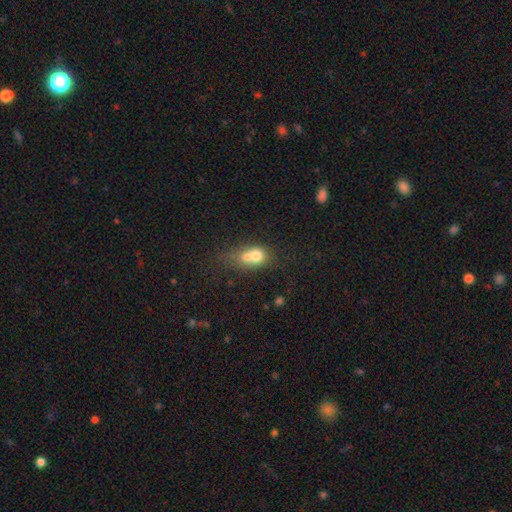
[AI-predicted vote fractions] Smooth or featured? Predicted: smooth (p=0.67). How rounded? Predicted: round (p=0.61). Merging? Predicted: merger (p=0.69).